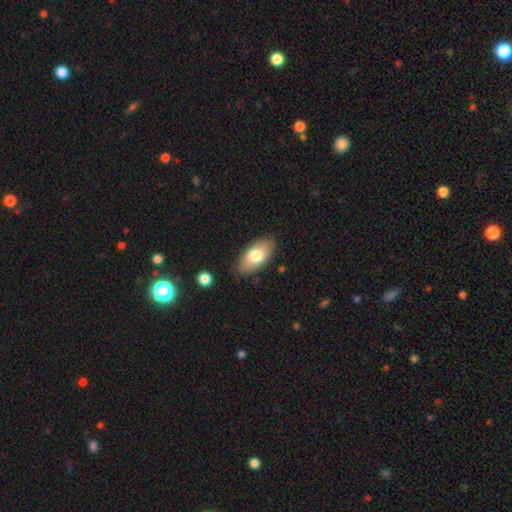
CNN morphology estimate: smooth_or_featured: smooth (p=0.75) [alt: featured or disk p=0.18]
how_rounded: in between (p=0.91) [alt: cigar-shaped p=0.06]
merging: none (p=0.83) [alt: minor disturbance p=0.13]